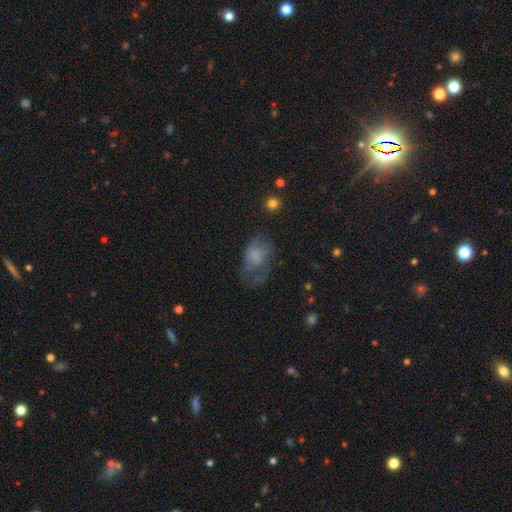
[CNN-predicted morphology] smooth_or_featured: smooth (p=0.56) [alt: featured or disk p=0.32]
how_rounded: in between (p=0.82) [alt: round p=0.17]
merging: major disturbance (p=0.40) [alt: none p=0.31]